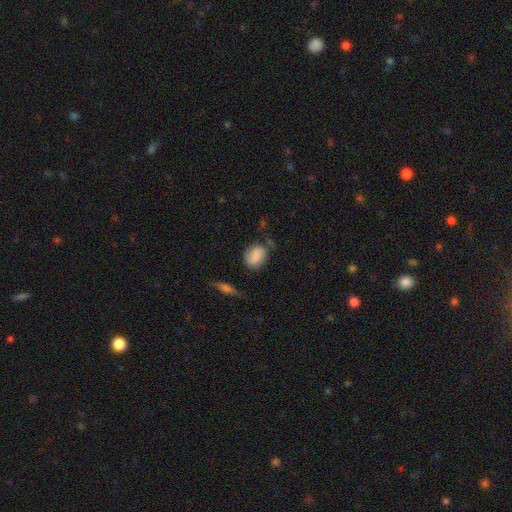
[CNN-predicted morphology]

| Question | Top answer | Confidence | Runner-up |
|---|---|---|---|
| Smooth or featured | smooth | 76% | featured or disk (16%) |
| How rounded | in between | 52% | round (46%) |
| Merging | none | 59% | minor disturbance (26%) |